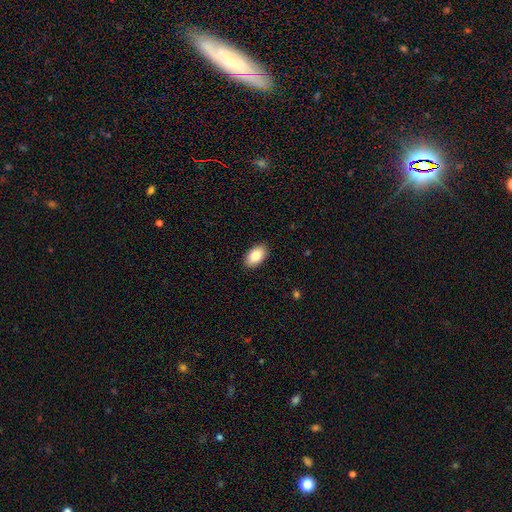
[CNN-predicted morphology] A smooth galaxy with no disk features (86%) that is in between round and cigar-shaped (94%). Merging: none (90%).